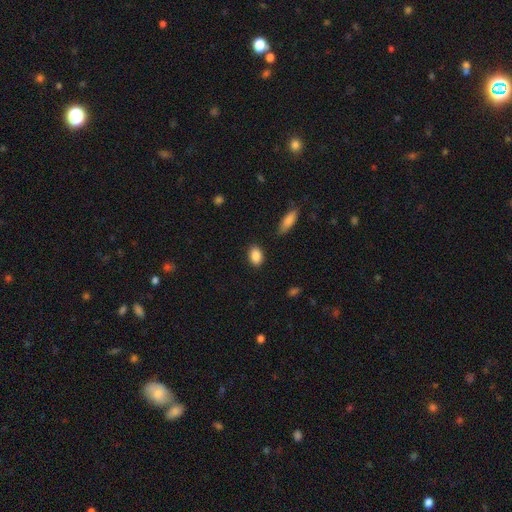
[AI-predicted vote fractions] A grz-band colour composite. It shows a smooth galaxy with no disk features (88%) that is in between round and cigar-shaped (84%). Merging: none (86%).